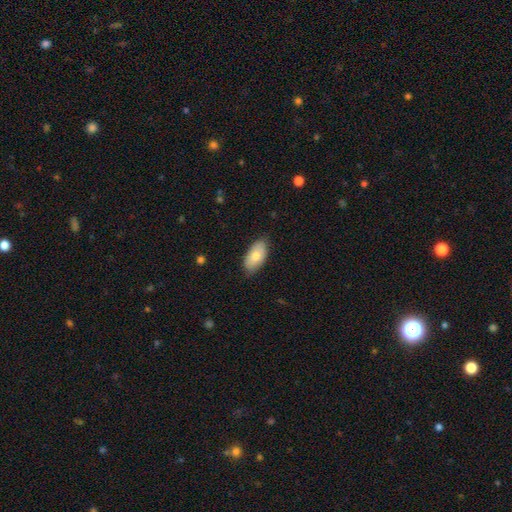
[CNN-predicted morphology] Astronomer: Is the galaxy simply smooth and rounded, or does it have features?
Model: smooth — 77%.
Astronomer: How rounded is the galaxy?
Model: in between — 94%.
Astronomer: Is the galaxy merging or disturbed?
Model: none — 80%.